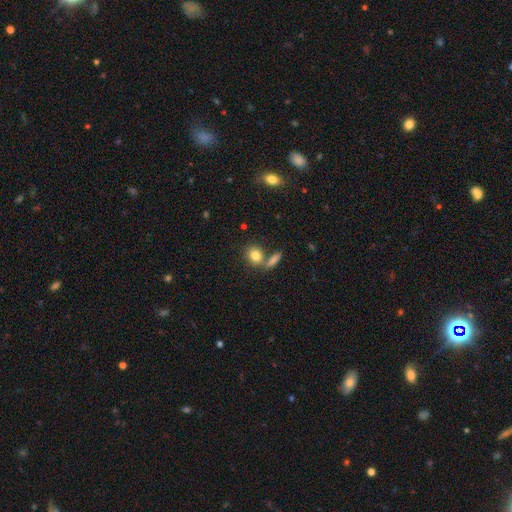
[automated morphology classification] Smooth or featured?
  - smooth: 81% *
  - featured or disk: 10%
  - star or artifact: 9%
How rounded?
  - round: 60% *
  - in between: 37%
  - cigar-shaped: 3%
Merging?
  - none: 59% *
  - merger: 26%
  - minor disturbance: 11%
  - major disturbance: 4%